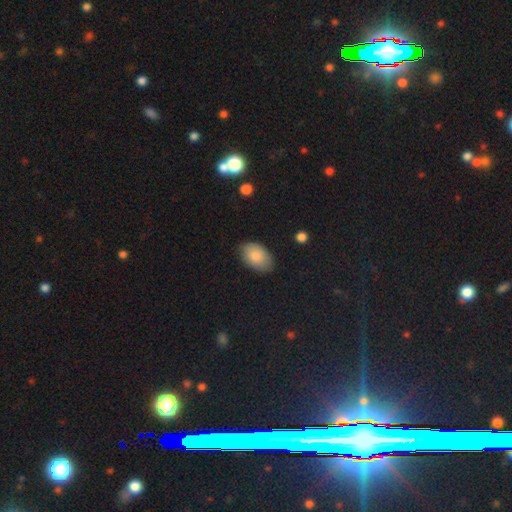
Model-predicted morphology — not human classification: smooth 86%, featured or disk 8%, star or artifact 6%. Down the decision tree: how rounded — in between (92%); merging — none (82%).